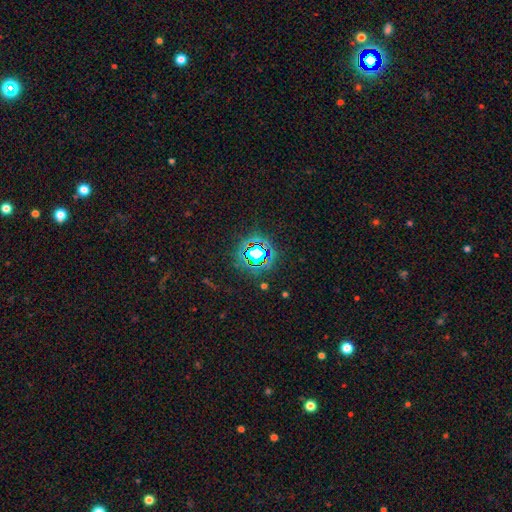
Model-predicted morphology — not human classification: Overall: star or artifact (72%).